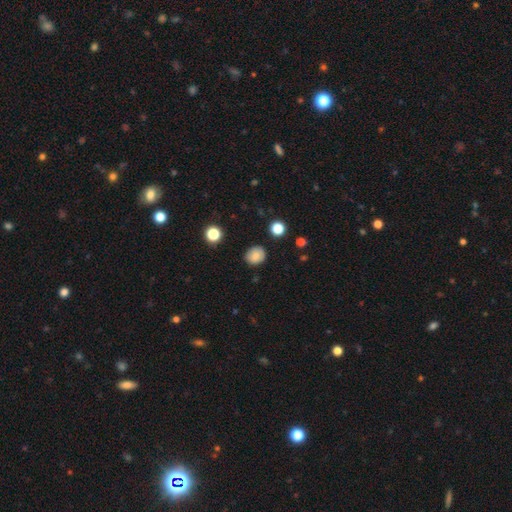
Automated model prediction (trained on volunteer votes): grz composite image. It shows a smooth galaxy with no disk features (83%) that is round (73%). Merging: none (85%).